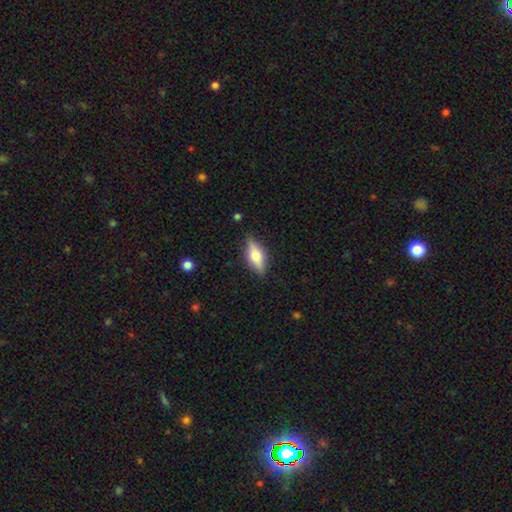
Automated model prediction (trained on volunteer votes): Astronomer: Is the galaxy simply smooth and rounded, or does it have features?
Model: smooth — 49% (runner-up: featured or disk, 44%).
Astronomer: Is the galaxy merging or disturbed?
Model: none — 84%.